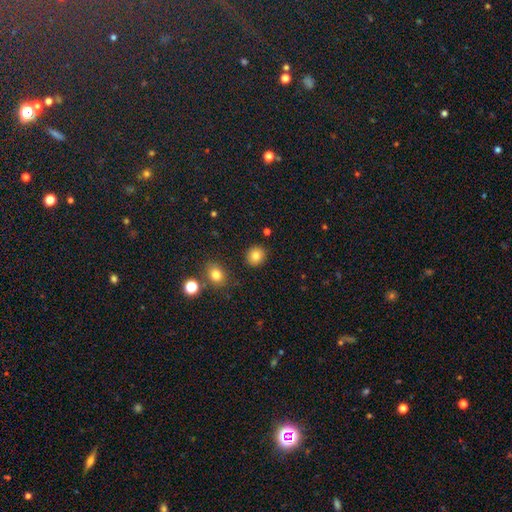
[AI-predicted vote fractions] Morphology: type=smooth (83%); roundness=round (84%); merging=none (89%).